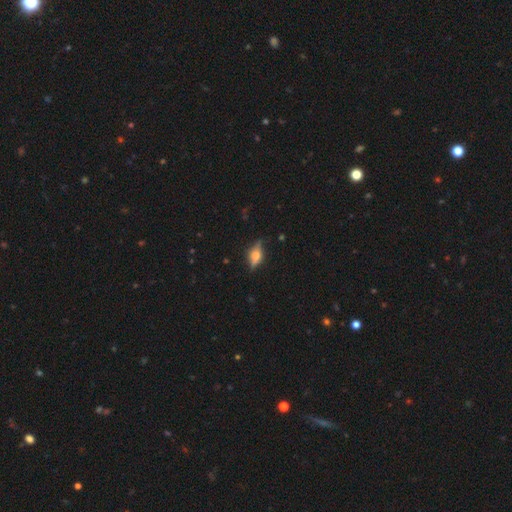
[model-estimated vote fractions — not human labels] smooth_or_featured: featured or disk (p=0.59) [alt: smooth p=0.32]
disk_edge_on: yes (p=0.91) [alt: no p=0.09]
edge_on_bulge: rounded (p=0.89) [alt: boxy p=0.09]
merging: none (p=0.78) [alt: minor disturbance p=0.17]